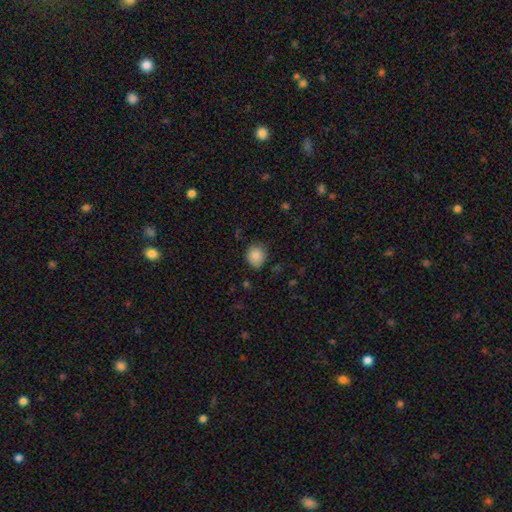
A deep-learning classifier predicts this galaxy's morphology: type=smooth (83%); roundness=round (78%); merging=none (78%).